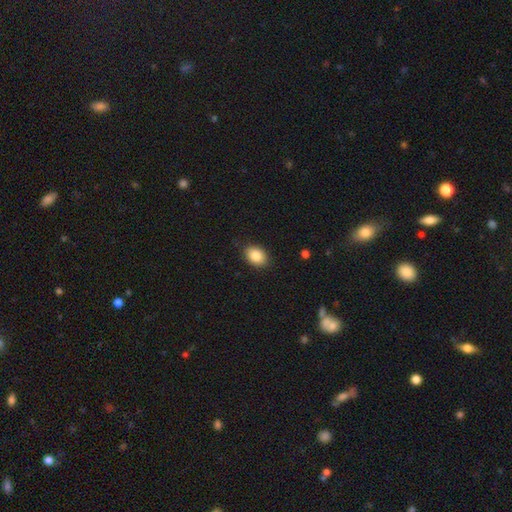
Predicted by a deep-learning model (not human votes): Morphology: type=smooth (85%); roundness=in between (72%); merging=none (86%).